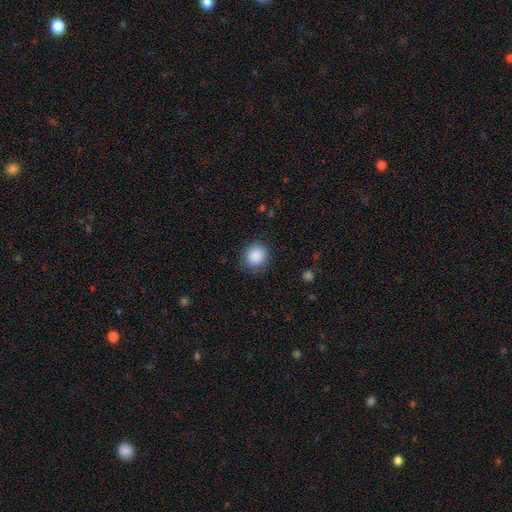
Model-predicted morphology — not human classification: A smooth galaxy with no disk features (88%) that is round (88%).

Vote fractions:
- Smooth or featured? smooth: 88% / star or artifact: 9% / featured or disk: 3%
- How rounded? round: 88% / in between: 11% / cigar-shaped: 1%
- Merging? none: 86% / minor disturbance: 10% / major disturbance: 3% / merger: 1%